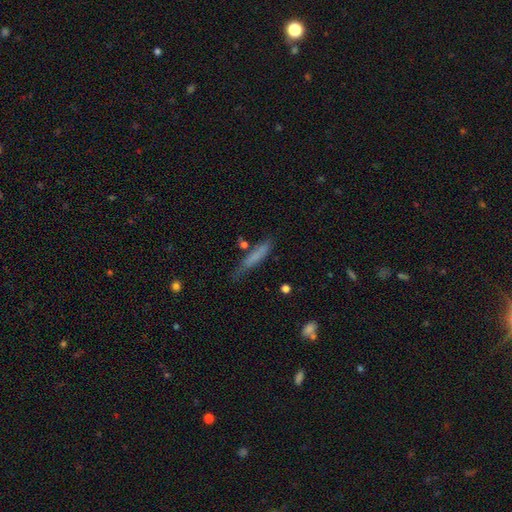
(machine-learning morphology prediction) Smooth or featured? smooth (71%)
How rounded? cigar-shaped (89%)
Merging? none (62%)